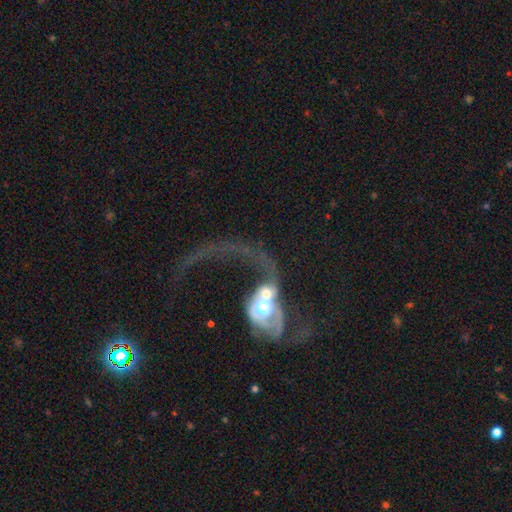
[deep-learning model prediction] A featured or disk galaxy (75%) with no bar (52%), 2 (50%) loose (81%) spiral arms (78%) and a moderate central bulge (55%). Merging: major disturbance (38%).